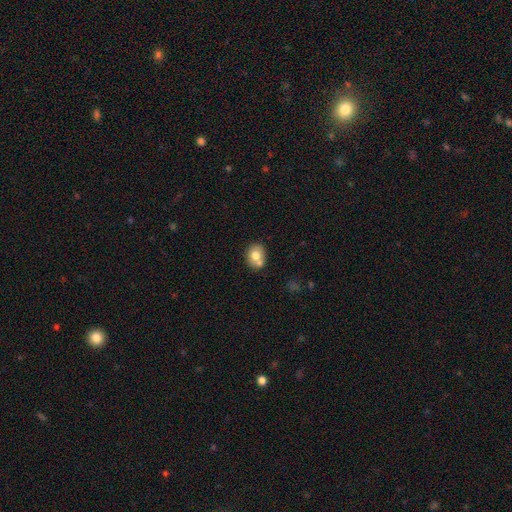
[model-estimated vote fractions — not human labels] This is likely a smooth galaxy (73%). How rounded: possibly round (57%). Merging: possibly none (52%).